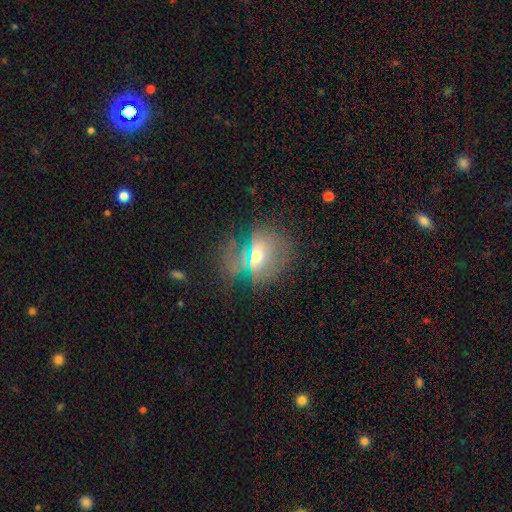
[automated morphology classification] A smooth galaxy with no disk features (46%). Merging: none (64%).